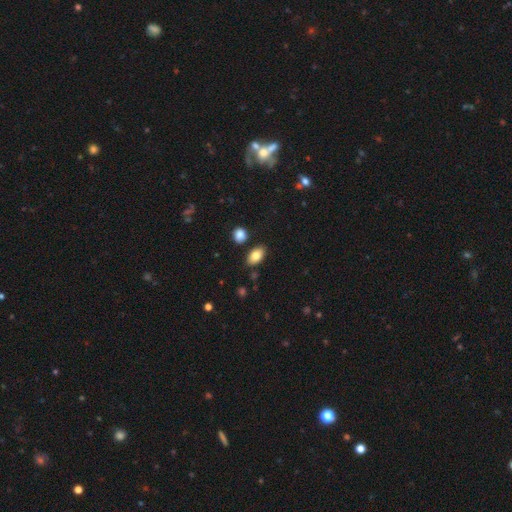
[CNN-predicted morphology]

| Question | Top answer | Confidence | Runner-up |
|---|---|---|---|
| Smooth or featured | smooth | 82% | featured or disk (10%) |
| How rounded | in between | 91% | round (6%) |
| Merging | none | 83% | minor disturbance (10%) |